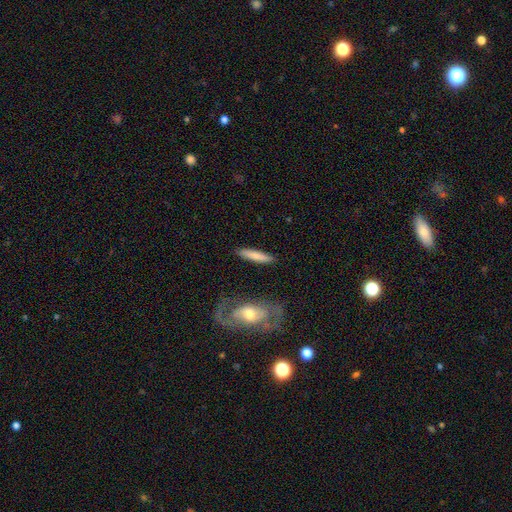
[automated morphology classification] A smooth galaxy with no disk features (75%) that is cigar-shaped (85%). Merging: none (85%).